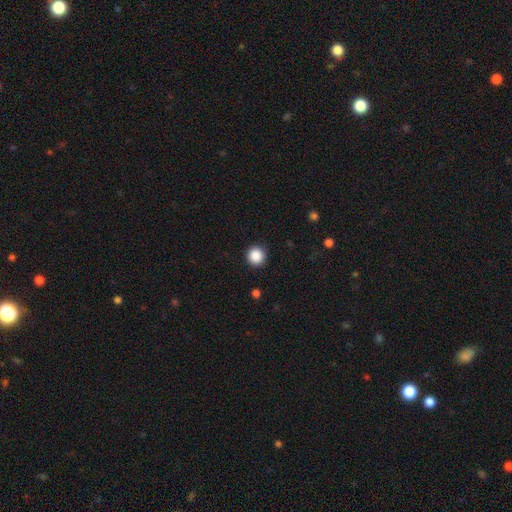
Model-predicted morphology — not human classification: A smooth galaxy with no disk features (88%) that is round (95%).

Vote fractions:
- Smooth or featured? smooth: 88% / star or artifact: 10% / featured or disk: 3%
- How rounded? round: 95% / in between: 4% / cigar-shaped: 1%
- Merging? none: 92% / minor disturbance: 5% / major disturbance: 2% / merger: 1%